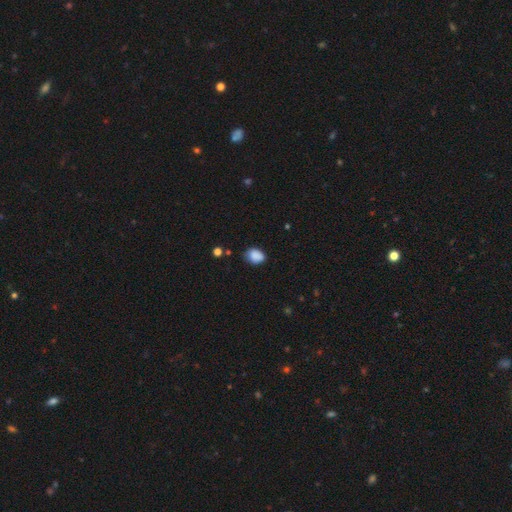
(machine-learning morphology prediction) Overall: smooth (87%). How rounded: in between (64%; round 35%). Merging: none (68%).